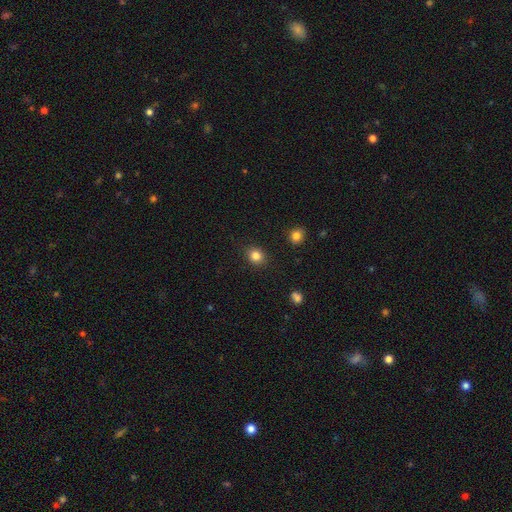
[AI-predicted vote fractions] Smooth or featured?
  - smooth: 83% *
  - star or artifact: 12%
  - featured or disk: 5%
How rounded?
  - round: 73% *
  - in between: 26%
  - cigar-shaped: 1%
Merging?
  - none: 89% *
  - minor disturbance: 8%
  - major disturbance: 2%
  - merger: 1%